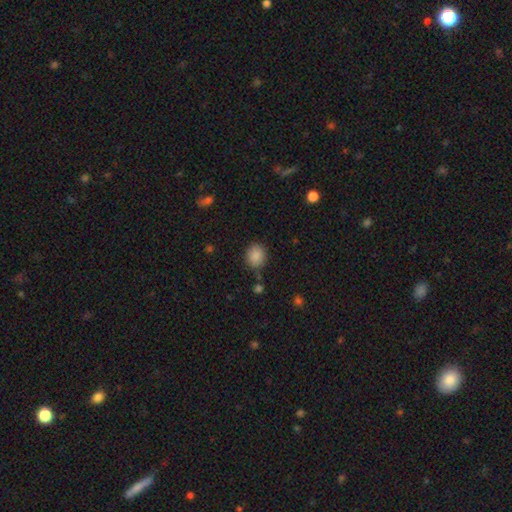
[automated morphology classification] A smooth galaxy with no disk features (87%) that is round (70%).

Vote fractions:
- Smooth or featured? smooth: 87% / star or artifact: 9% / featured or disk: 4%
- How rounded? round: 70% / in between: 29% / cigar-shaped: 1%
- Merging? none: 82% / minor disturbance: 12% / major disturbance: 3% / merger: 3%